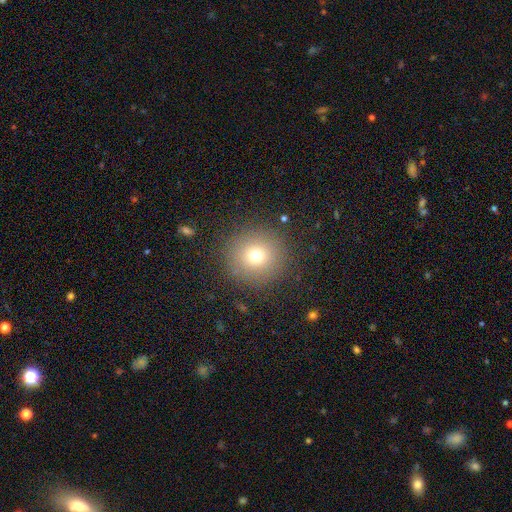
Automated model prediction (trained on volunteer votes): Morphology: type=smooth (71%); roundness=round (95%); merging=none (88%).